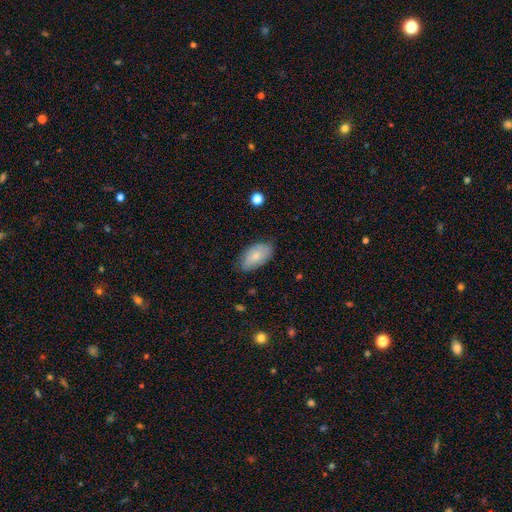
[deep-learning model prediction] smooth_or_featured: smooth (p=0.76) [alt: featured or disk p=0.18]
how_rounded: in between (p=0.94) [alt: round p=0.04]
merging: none (p=0.74) [alt: minor disturbance p=0.21]